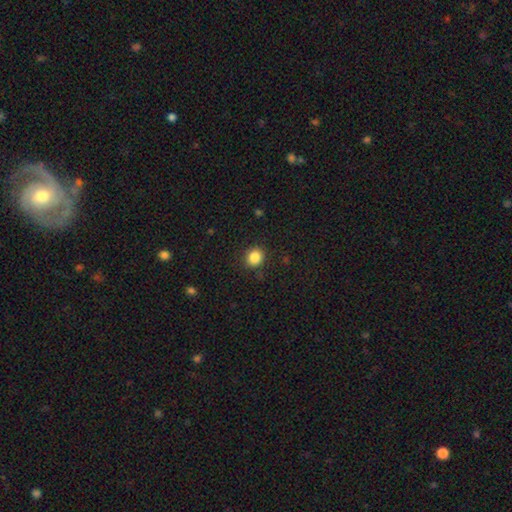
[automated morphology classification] type=smooth (86%); roundness=round (79%); merging=none (87%).